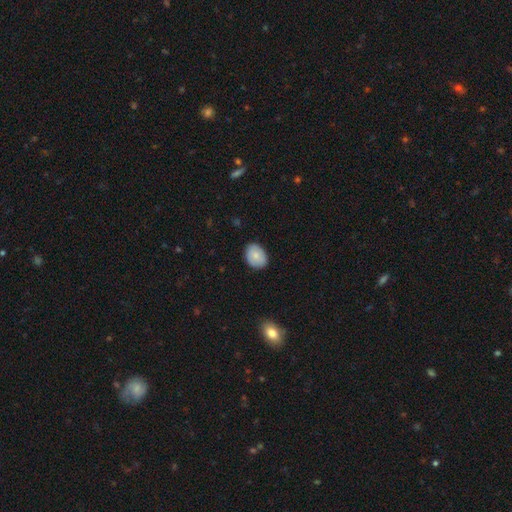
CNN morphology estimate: This is likely a smooth galaxy (79%). How rounded: likely in between (63%). Merging: clearly none (83%).